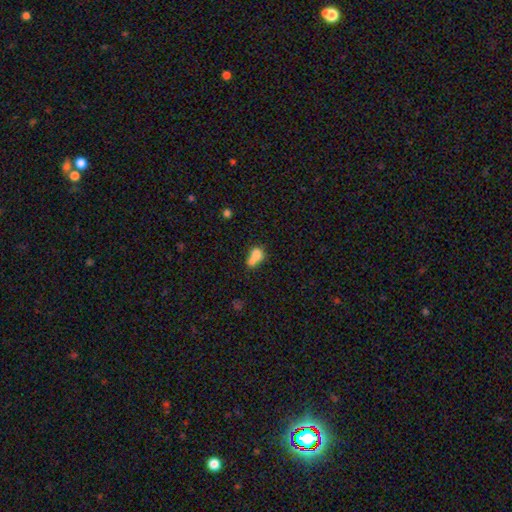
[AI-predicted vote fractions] Q: Smooth or featured?
A: smooth (71%); runner-up: featured or disk (18%)
Q: How rounded?
A: in between (49%); runner-up: round (48%)
Q: Merging?
A: merger (61%); runner-up: none (22%)